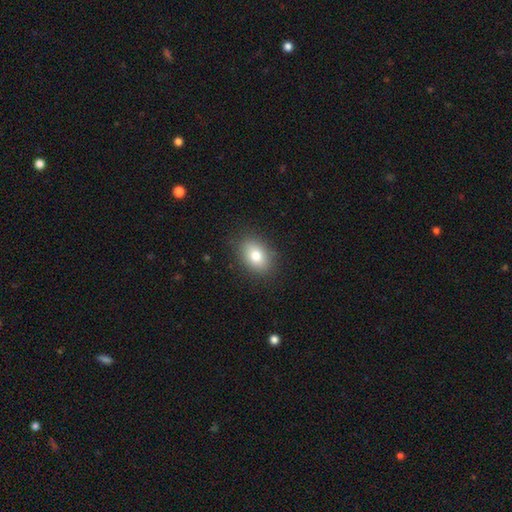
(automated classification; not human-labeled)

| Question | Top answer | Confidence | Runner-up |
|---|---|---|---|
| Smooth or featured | smooth | 79% | featured or disk (11%) |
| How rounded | in between | 77% | round (22%) |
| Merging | none | 87% | minor disturbance (9%) |